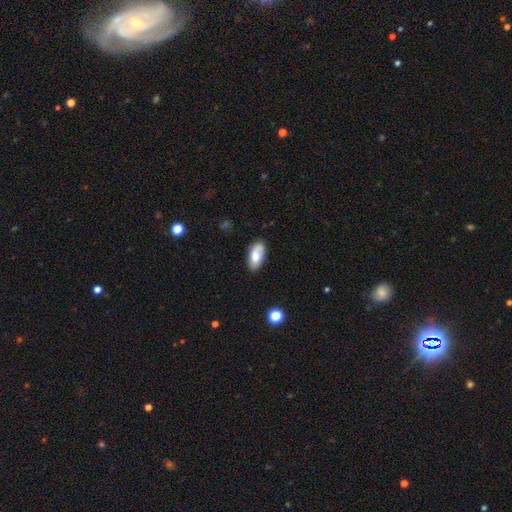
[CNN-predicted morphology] Smooth or featured?
  - smooth: 71% *
  - featured or disk: 22%
  - star or artifact: 7%
How rounded?
  - in between: 92% *
  - cigar-shaped: 6%
  - round: 3%
Merging?
  - none: 78% *
  - minor disturbance: 17%
  - major disturbance: 3%
  - merger: 2%